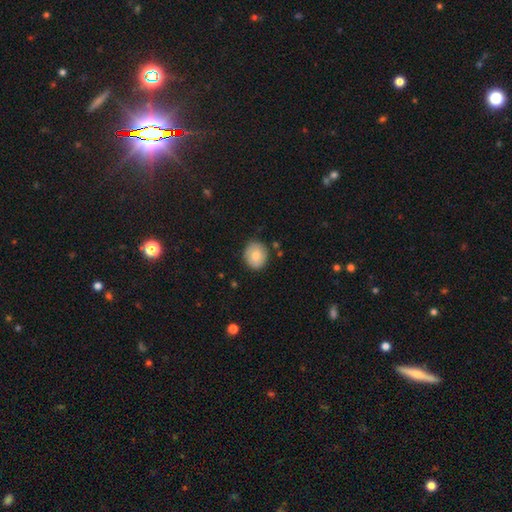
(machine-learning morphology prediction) This is clearly a smooth galaxy (80%). How rounded: likely round (75%). Merging: clearly none (84%).